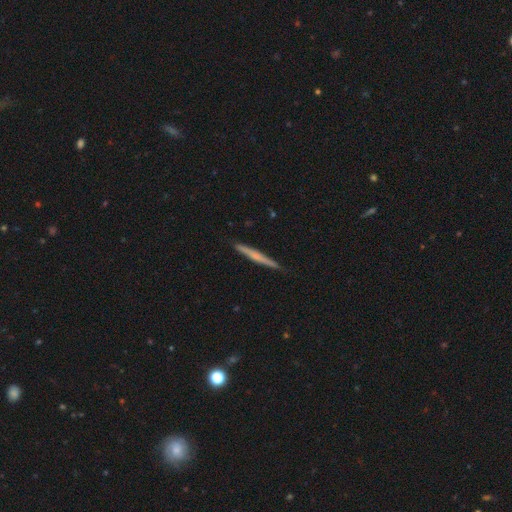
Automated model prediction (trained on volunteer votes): This is possibly a featured or disk galaxy (48%). Merging: clearly none (90%).